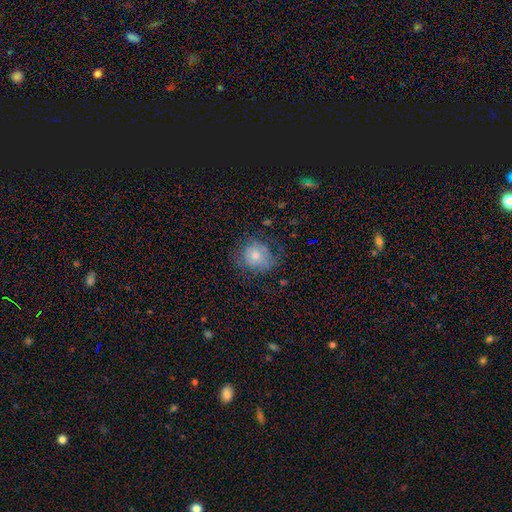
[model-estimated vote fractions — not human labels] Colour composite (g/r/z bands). It shows a smooth galaxy with no disk features (69%) that is round (77%). Merging: none (60%).